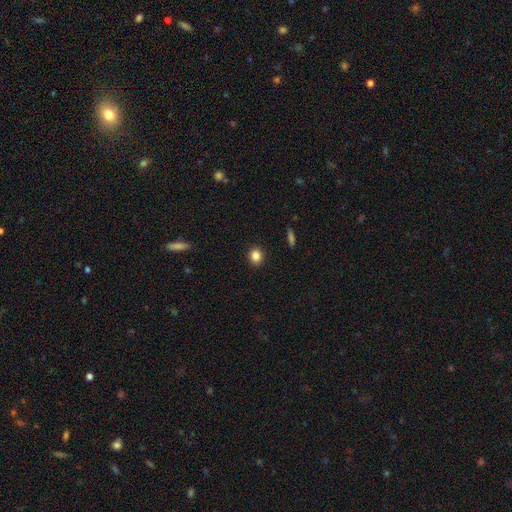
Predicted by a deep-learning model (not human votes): smooth_or_featured: smooth (p=0.85) [alt: star or artifact p=0.10]
how_rounded: round (p=0.71) [alt: in between p=0.28]
merging: none (p=0.91) [alt: minor disturbance p=0.06]